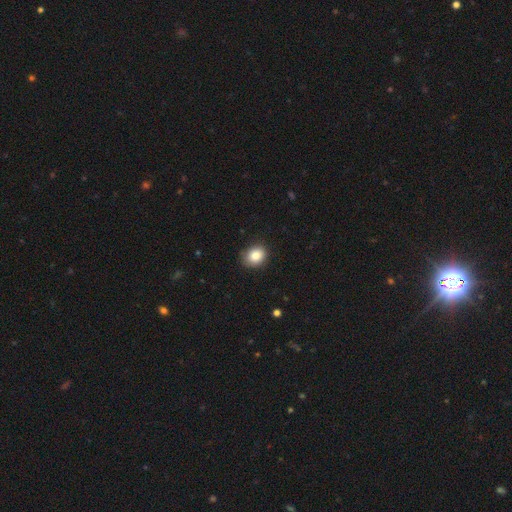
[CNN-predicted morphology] Smooth or featured? smooth (84%)
How rounded? round (53%)
Merging? none (83%)